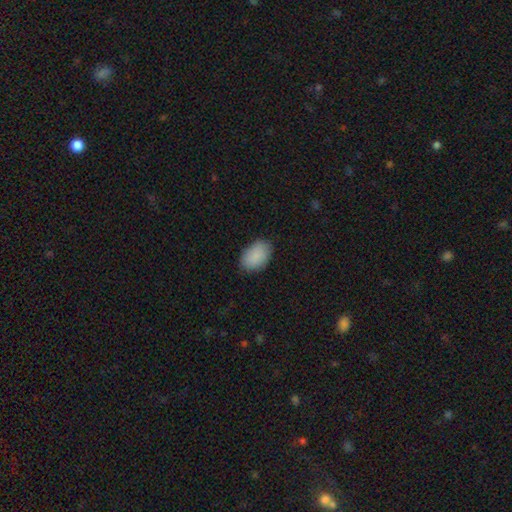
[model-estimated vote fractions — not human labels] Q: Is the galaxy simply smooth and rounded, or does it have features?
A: smooth — 89%.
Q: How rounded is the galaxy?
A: in between — 91%.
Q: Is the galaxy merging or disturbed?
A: none — 83%.